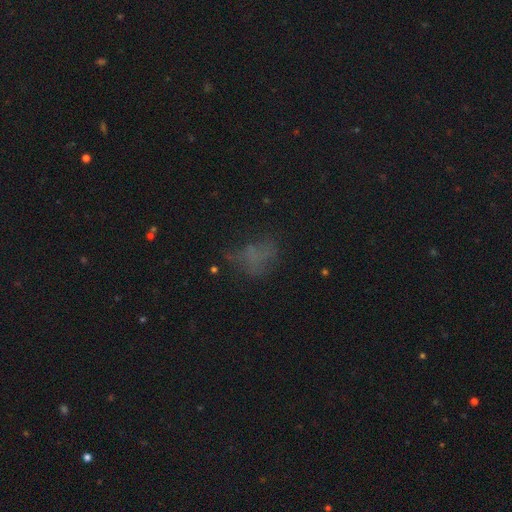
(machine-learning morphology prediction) Q: Smooth or featured?
A: smooth (47%); runner-up: featured or disk (27%)
Q: Merging?
A: none (47%); runner-up: major disturbance (27%)